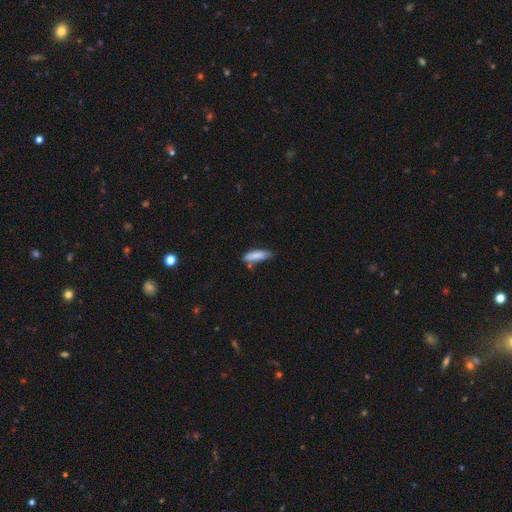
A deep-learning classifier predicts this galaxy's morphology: This appears to be a smooth galaxy with no disk features (84%) that is cigar-shaped (57%). Merging: none (61%).